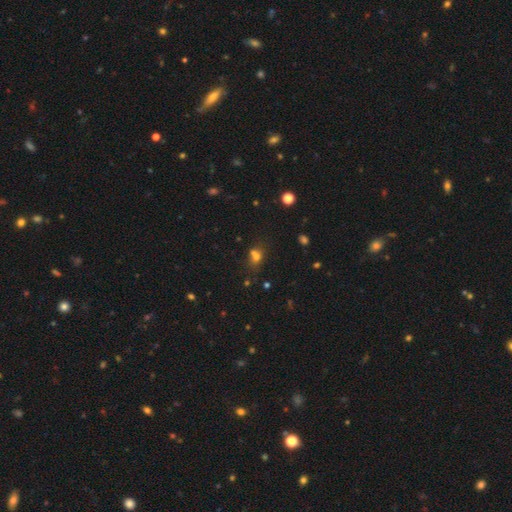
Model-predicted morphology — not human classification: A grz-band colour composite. It shows a smooth galaxy with no disk features (62%) that is in between round and cigar-shaped (49%). Merging: none (42%).